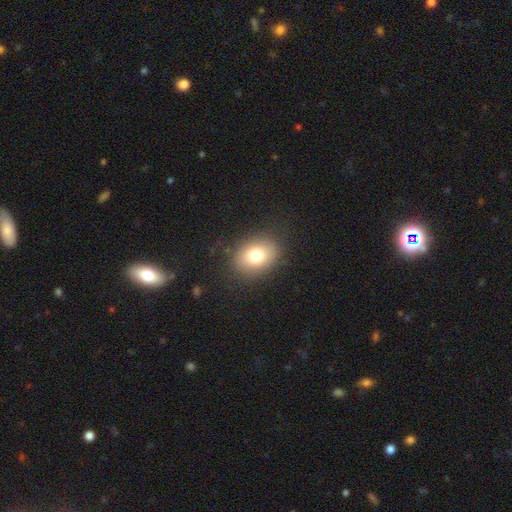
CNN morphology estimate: type=smooth (77%); roundness=in between (66%); merging=none (85%).